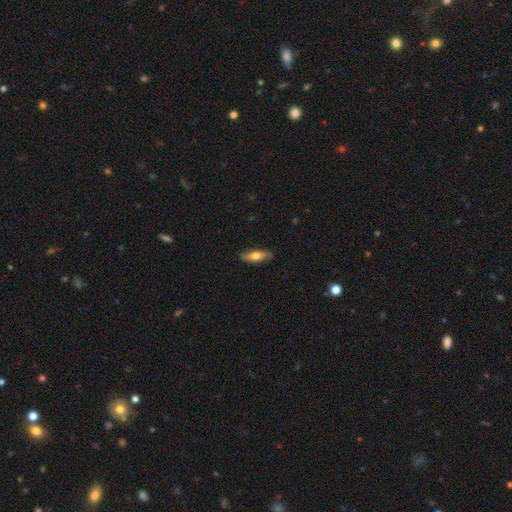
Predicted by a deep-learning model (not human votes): Smooth or featured: smooth — 67% (featured or disk — 28%)
How rounded: cigar-shaped — 49% (in between — 48%)
Merging: none — 87% (minor disturbance — 10%)